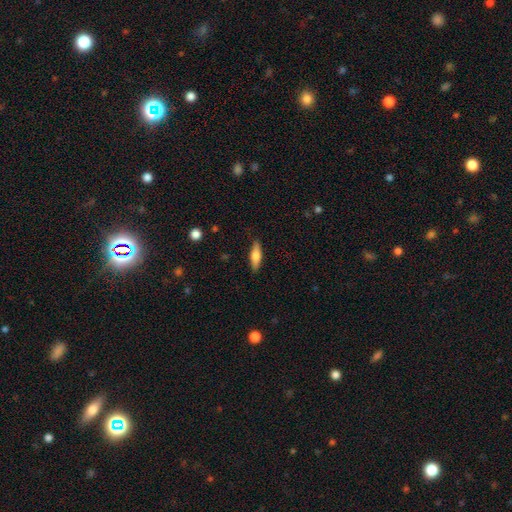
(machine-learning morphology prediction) The model was most divided on "how rounded": cigar-shaped: 59%, in between: 39%, round: 2%. More confident: merging — none (86%); smooth or featured — smooth (61%).